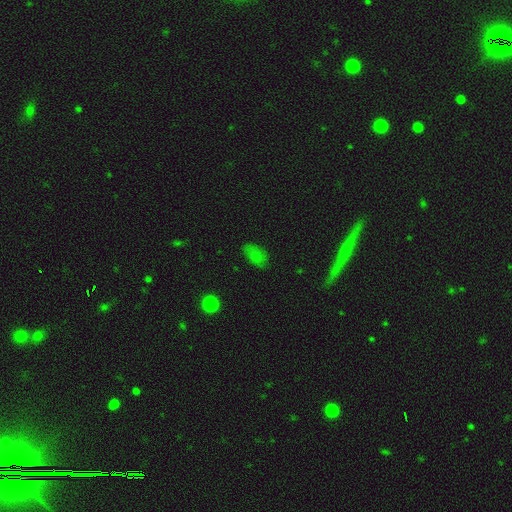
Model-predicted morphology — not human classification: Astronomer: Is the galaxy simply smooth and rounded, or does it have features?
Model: smooth — 74%.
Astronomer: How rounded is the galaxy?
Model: in between — 90%.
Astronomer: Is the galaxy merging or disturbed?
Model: none — 75%.